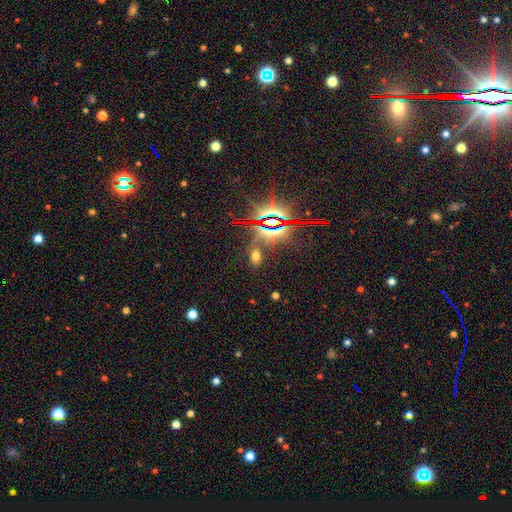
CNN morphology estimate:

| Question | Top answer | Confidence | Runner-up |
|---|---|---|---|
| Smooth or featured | smooth | 48% | star or artifact (42%) |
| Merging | none | 78% | minor disturbance (11%) |